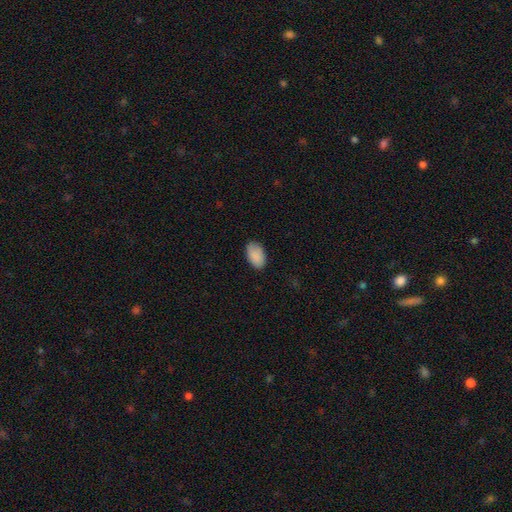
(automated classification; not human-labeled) The model was most divided on "merging": none: 83%, minor disturbance: 13%, major disturbance: 2%, merger: 1%. More confident: how rounded — in between (93%); smooth or featured — smooth (89%).